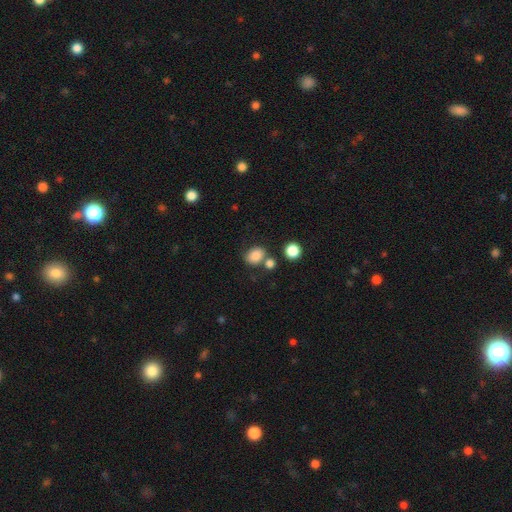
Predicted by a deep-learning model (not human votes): Q: Smooth or featured?
A: smooth (83%); runner-up: star or artifact (11%)
Q: How rounded?
A: in between (60%); runner-up: round (39%)
Q: Merging?
A: none (62%); runner-up: merger (19%)